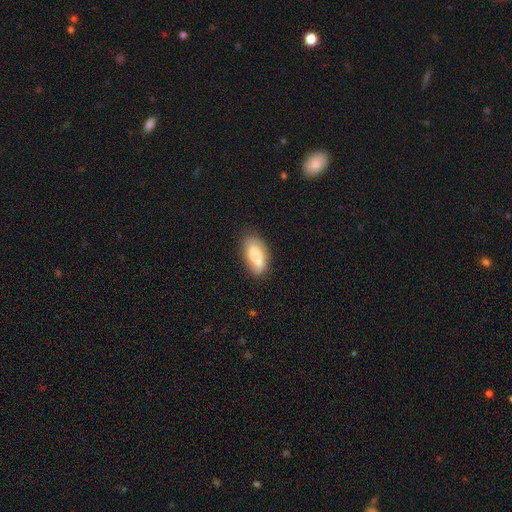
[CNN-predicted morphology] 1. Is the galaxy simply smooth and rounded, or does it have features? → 73% smooth, 21% featured or disk, 7% star or artifact.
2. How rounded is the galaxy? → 88% in between, 8% cigar-shaped, 3% round.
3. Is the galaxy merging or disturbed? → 75% none, 19% minor disturbance, 5% major disturbance, 1% merger.